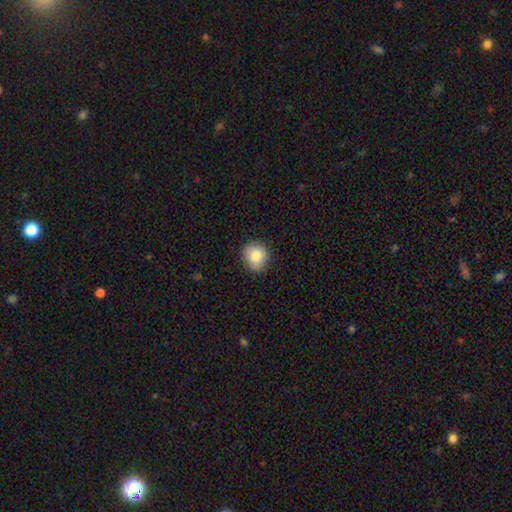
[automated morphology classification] smooth-or-featured: smooth: 85% | star or artifact: 8% | featured or disk: 7%
  how-rounded: round: 82% | in between: 17% | cigar-shaped: 1%
  merging: none: 86% | minor disturbance: 11% | major disturbance: 2% | merger: 1%